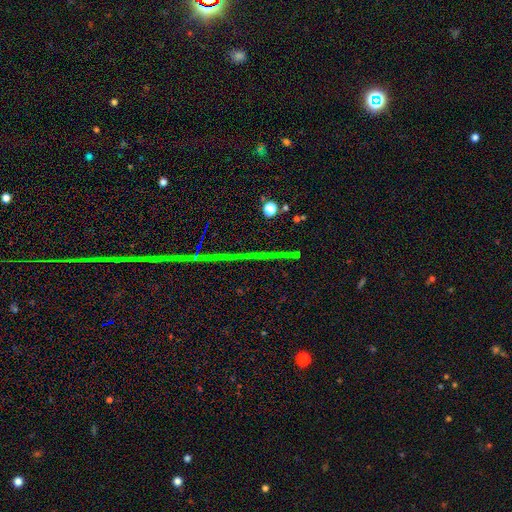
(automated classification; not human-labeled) Morphology: type=star or artifact (83%).